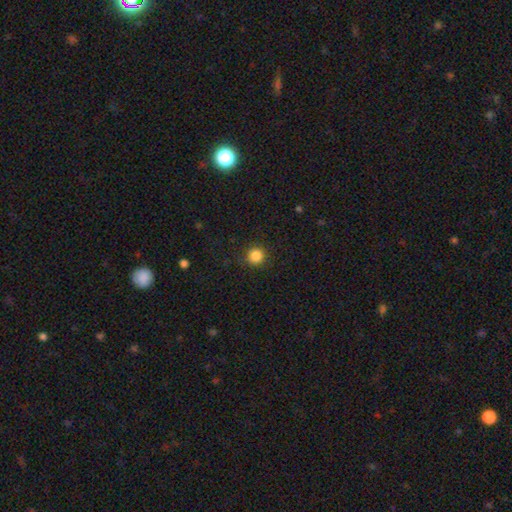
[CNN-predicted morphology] The model was most divided on "smooth or featured": smooth: 85%, star or artifact: 11%, featured or disk: 3%. More confident: how rounded — round (94%); merging — none (89%).